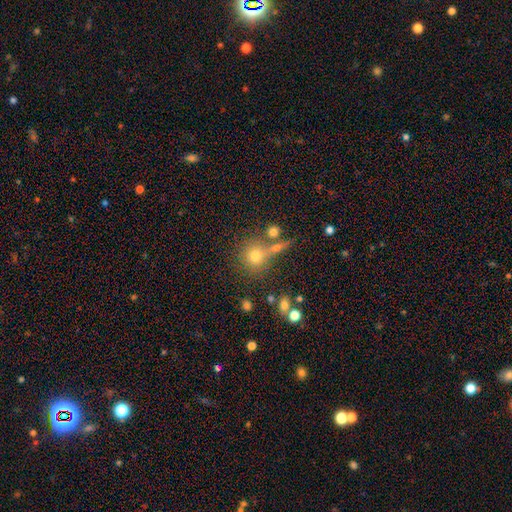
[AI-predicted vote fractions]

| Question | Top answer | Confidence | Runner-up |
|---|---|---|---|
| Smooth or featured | smooth | 69% | star or artifact (18%) |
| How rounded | round | 89% | in between (9%) |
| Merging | none | 62% | merger (21%) |